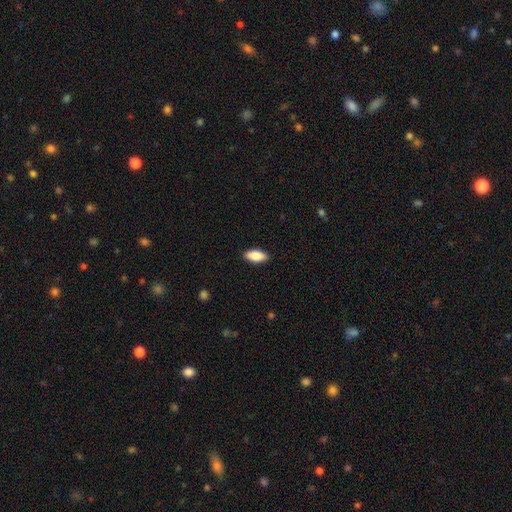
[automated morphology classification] This appears to be a smooth galaxy with no disk features (87%) that is in between round and cigar-shaped (87%). Merging: none (89%).